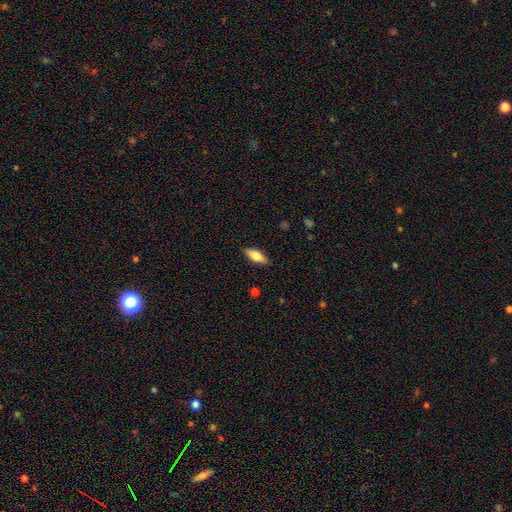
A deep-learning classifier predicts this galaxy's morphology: A smooth galaxy with no disk features (71%) that is in between round and cigar-shaped (74%).

Vote fractions:
- Smooth or featured? smooth: 71% / featured or disk: 22% / star or artifact: 6%
- How rounded? in between: 74% / cigar-shaped: 23% / round: 2%
- Merging? none: 87% / minor disturbance: 10% / major disturbance: 2% / merger: 1%